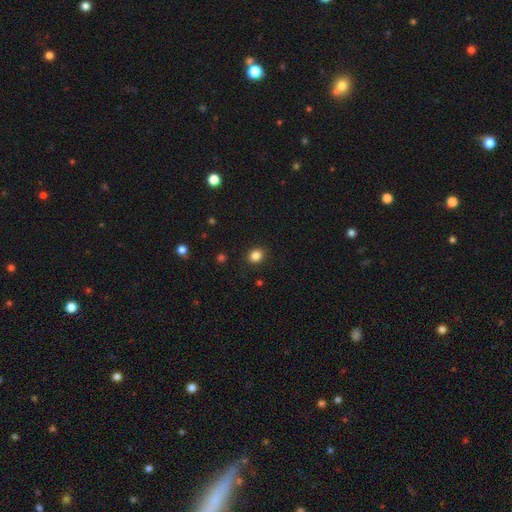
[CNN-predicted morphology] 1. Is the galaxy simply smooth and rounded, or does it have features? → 85% smooth, 11% star or artifact, 4% featured or disk.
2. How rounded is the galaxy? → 65% round, 34% in between, 1% cigar-shaped.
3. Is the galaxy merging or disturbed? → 90% none, 7% minor disturbance, 2% major disturbance, 1% merger.